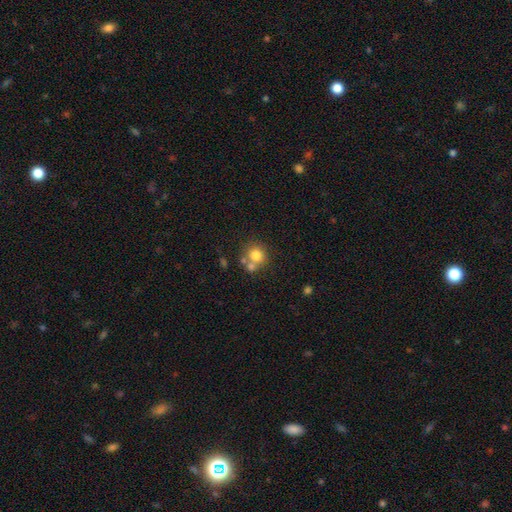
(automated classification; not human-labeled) Q: Smooth or featured?
A: smooth (76%); runner-up: featured or disk (12%)
Q: How rounded?
A: round (86%); runner-up: in between (13%)
Q: Merging?
A: none (54%); runner-up: merger (32%)